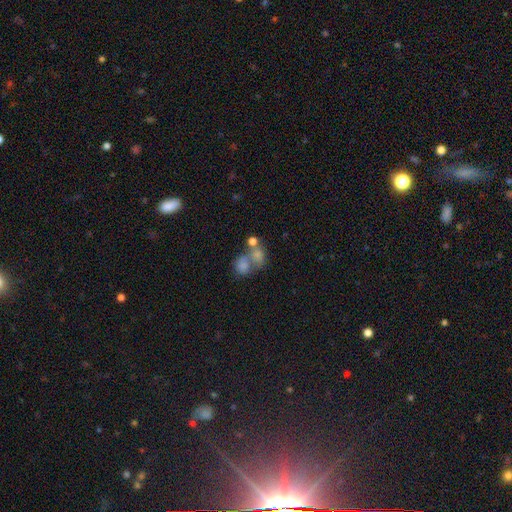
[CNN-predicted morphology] A smooth galaxy with no disk features (69%) that is round (66%). Merging: merger (58%).